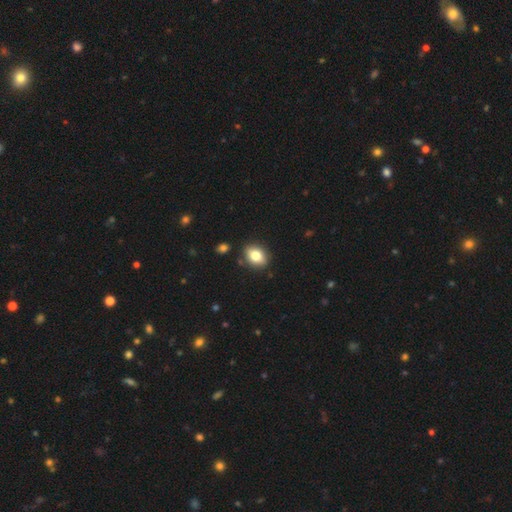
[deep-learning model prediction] The model was most divided on "how rounded": in between: 66%, round: 32%, cigar-shaped: 2%. More confident: merging — none (85%); smooth or featured — smooth (78%).